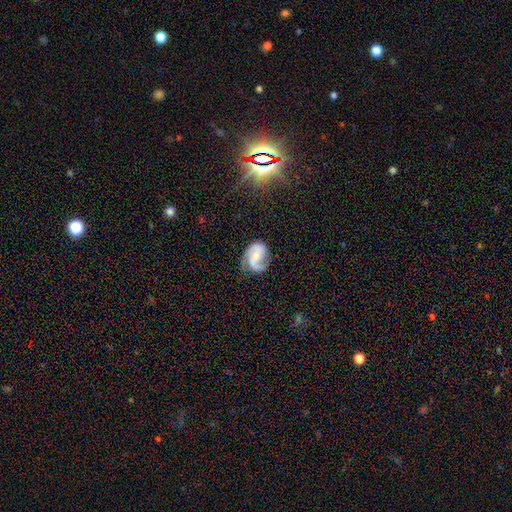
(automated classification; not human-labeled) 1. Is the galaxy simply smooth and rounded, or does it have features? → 82% featured or disk, 12% smooth, 6% star or artifact.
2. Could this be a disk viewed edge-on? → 98% no, 2% yes.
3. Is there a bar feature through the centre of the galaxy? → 49% no, 38% weak, 14% strong.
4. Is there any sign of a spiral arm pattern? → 96% yes, 4% no.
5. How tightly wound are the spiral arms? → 48% medium, 30% loose, 22% tight.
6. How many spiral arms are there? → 83% 2, 9% 1, 4% can't tell, 2% 3, 1% 4, 1% more than 4.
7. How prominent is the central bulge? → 53% small, 33% moderate, 10% none, 3% large, 1% dominant.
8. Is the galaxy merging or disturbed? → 64% none, 22% minor disturbance, 12% major disturbance, 2% merger.